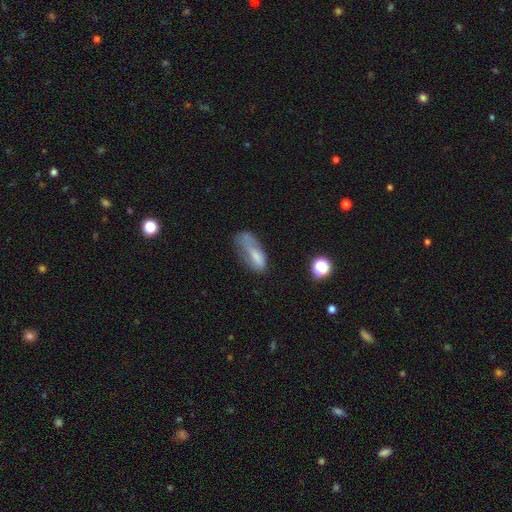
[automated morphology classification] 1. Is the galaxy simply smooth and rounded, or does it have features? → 66% smooth, 23% featured or disk, 11% star or artifact.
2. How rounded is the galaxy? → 68% in between, 29% cigar-shaped, 3% round.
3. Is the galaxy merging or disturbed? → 34% major disturbance, 30% minor disturbance, 28% none, 7% merger.